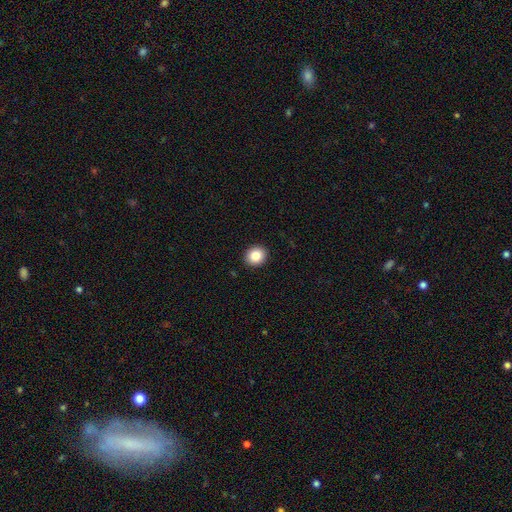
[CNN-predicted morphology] Smooth or featured? Predicted: smooth (p=0.85). How rounded? Predicted: round (p=0.74). Merging? Predicted: none (p=0.92).